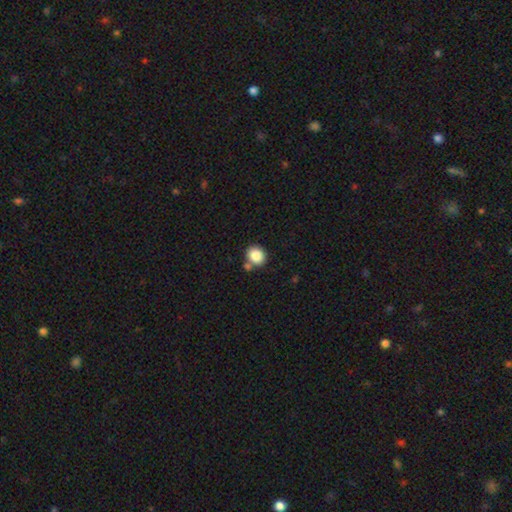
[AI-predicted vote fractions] Smooth or featured? smooth (86%)
How rounded? round (70%)
Merging? none (66%)